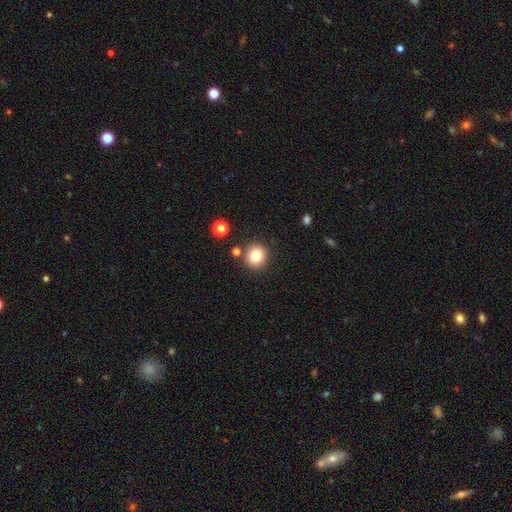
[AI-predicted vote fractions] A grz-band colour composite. It shows a smooth galaxy with no disk features (81%) that is round (89%). Merging: none (85%).